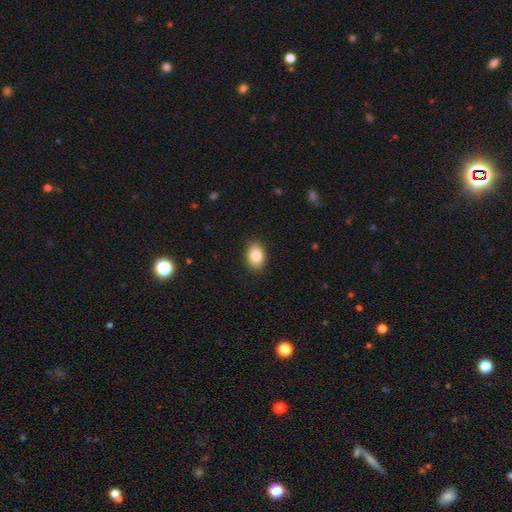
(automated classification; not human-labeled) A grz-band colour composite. It shows a smooth galaxy with no disk features (84%) that is in between round and cigar-shaped (81%). Merging: none (88%).